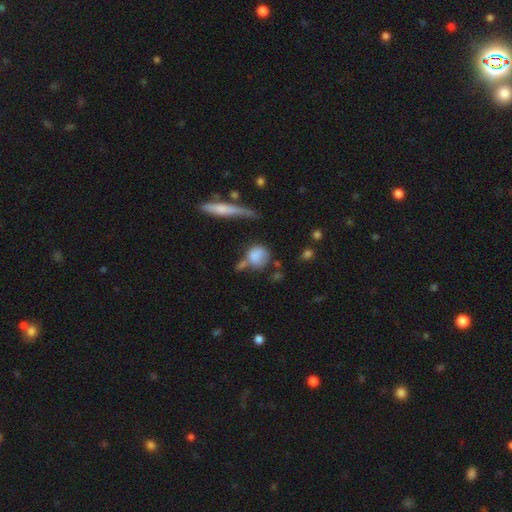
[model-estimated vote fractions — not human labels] smooth-or-featured: smooth: 76% | featured or disk: 15% | star or artifact: 9%
  how-rounded: round: 70% | in between: 25% | cigar-shaped: 5%
  merging: none: 41% | merger: 23% | minor disturbance: 22% | major disturbance: 14%